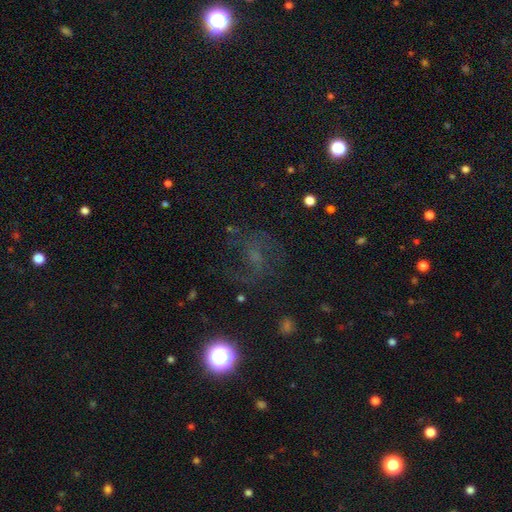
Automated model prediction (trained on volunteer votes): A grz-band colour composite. It shows a featured or disk galaxy (41%). Merging: none (59%).